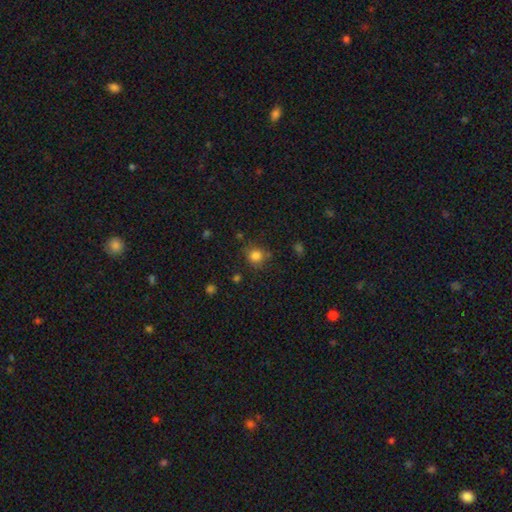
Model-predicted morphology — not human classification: This is clearly a smooth galaxy (82%). How rounded: clearly round (86%). Merging: likely none (78%).